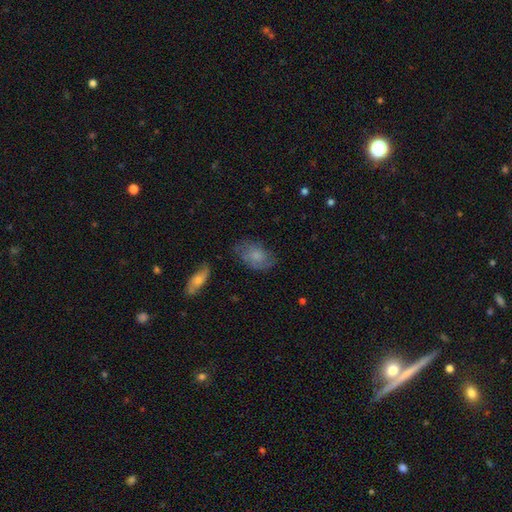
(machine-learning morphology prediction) This appears to be a smooth galaxy with no disk features (56%) that is in between round and cigar-shaped (85%). Merging: none (65%).